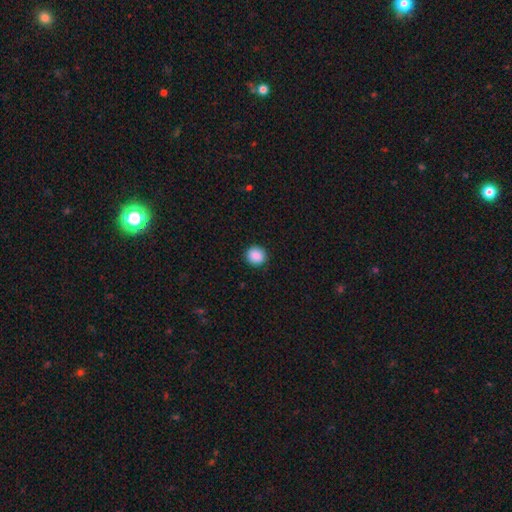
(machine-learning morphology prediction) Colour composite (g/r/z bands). It shows a smooth galaxy with no disk features (88%) that is round (91%). Merging: none (91%).